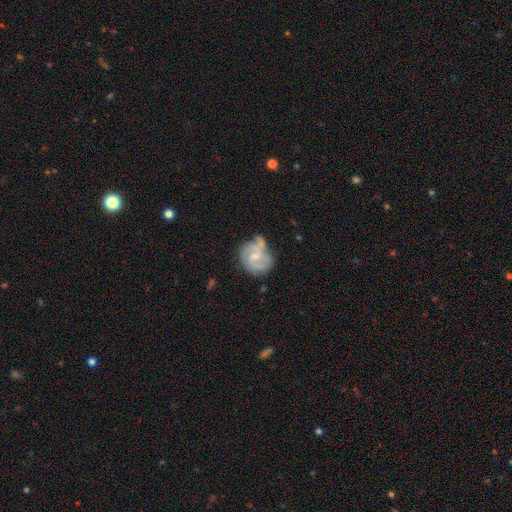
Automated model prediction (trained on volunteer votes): Smooth or featured? Predicted: featured or disk (p=0.74). Edge-on disk? Predicted: no (p=0.98). Bar? Predicted: no (p=0.59). Spiral arms? Predicted: yes (p=0.89). Spiral winding? Predicted: medium (p=0.43). Spiral arm count? Predicted: 3 (p=0.38). Bulge size? Predicted: small (p=0.60). Merging? Predicted: none (p=0.45).